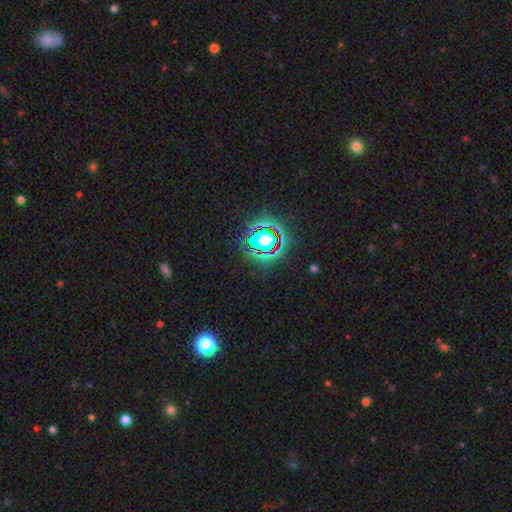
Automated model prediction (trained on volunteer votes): Morphology: type=star or artifact (82%).